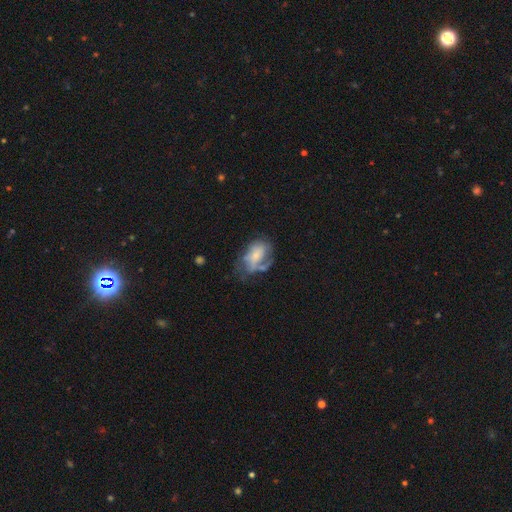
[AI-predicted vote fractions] Smooth or featured? Predicted: featured or disk (p=0.49). Merging? Predicted: major disturbance (p=0.34).